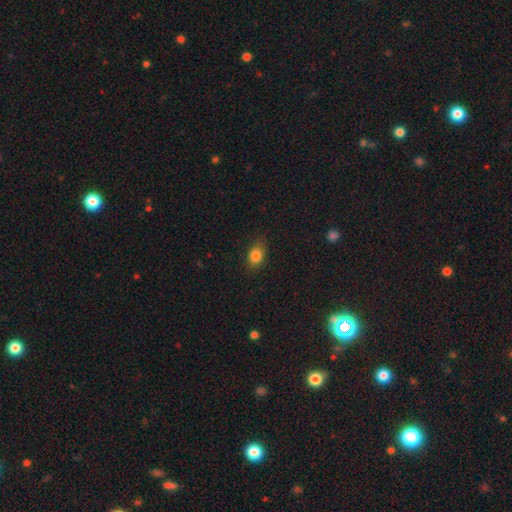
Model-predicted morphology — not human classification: A smooth galaxy with no disk features (83%) that is in between round and cigar-shaped (67%). Merging: none (81%).